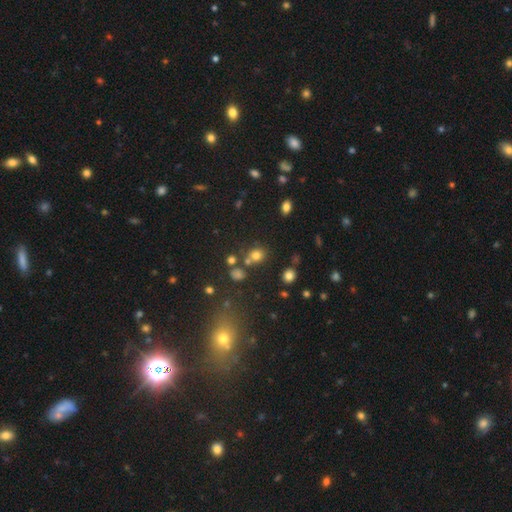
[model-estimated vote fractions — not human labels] Smooth or featured? smooth (70%)
How rounded? round (69%)
Merging? none (68%)